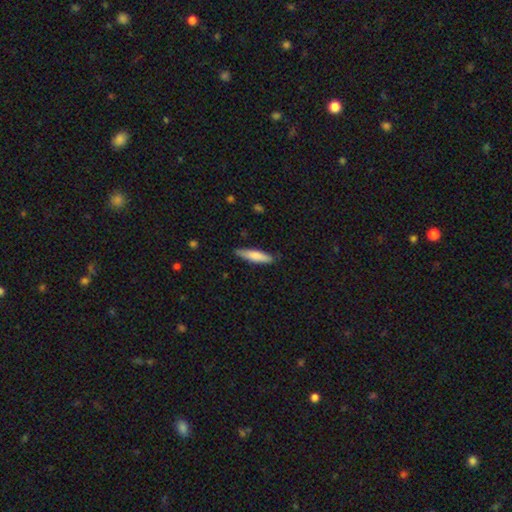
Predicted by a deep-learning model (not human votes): The model was most divided on "how rounded": cigar-shaped: 77%, in between: 22%, round: 1%. More confident: merging — none (82%); smooth or featured — smooth (78%).